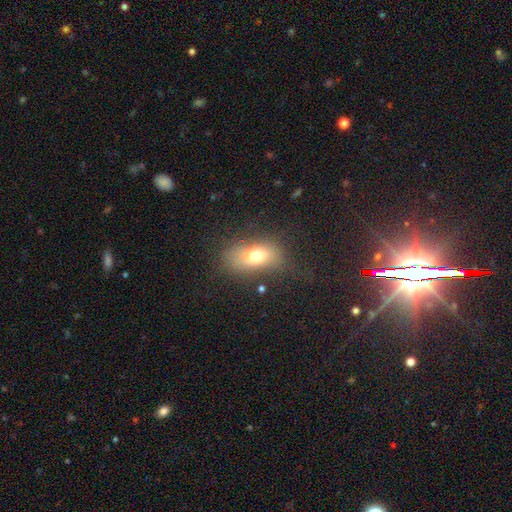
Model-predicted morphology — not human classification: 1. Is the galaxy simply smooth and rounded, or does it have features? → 68% smooth, 21% featured or disk, 12% star or artifact.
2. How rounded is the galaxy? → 82% in between, 13% round, 5% cigar-shaped.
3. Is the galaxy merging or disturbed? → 63% none, 21% minor disturbance, 14% major disturbance, 2% merger.